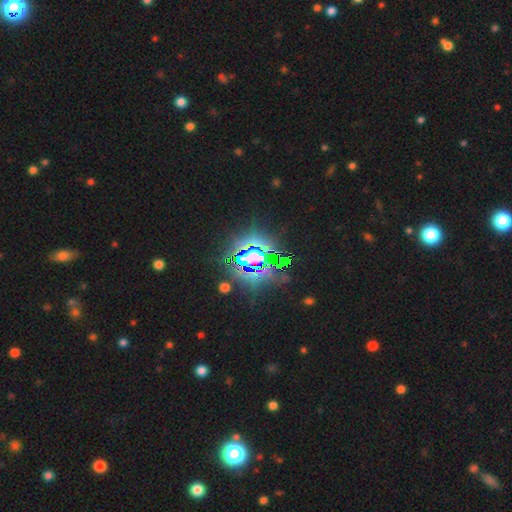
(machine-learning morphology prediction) star or artifact 76%, smooth 13%, featured or disk 11%.